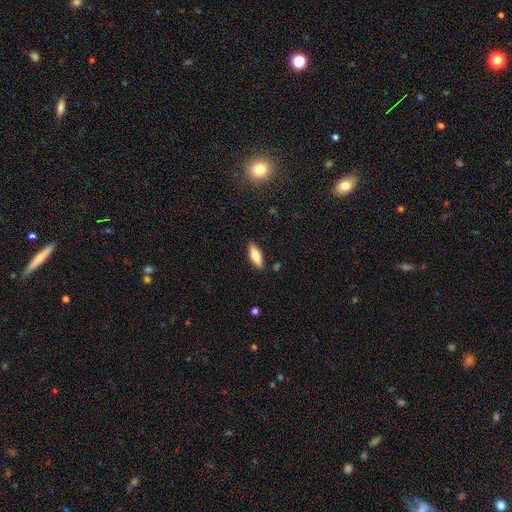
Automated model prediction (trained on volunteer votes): Morphology: type=smooth (66%); roundness=in between (65%); merging=none (87%).